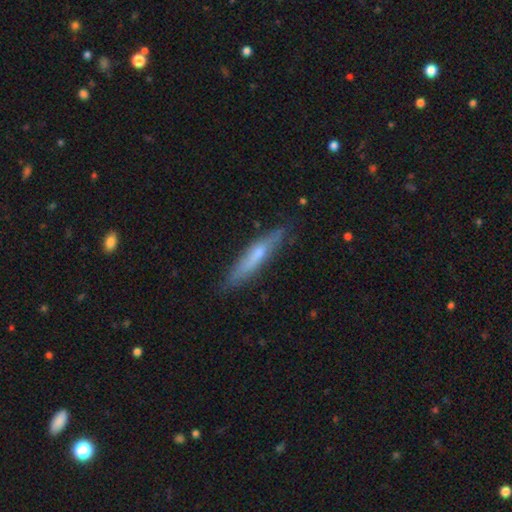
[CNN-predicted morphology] This appears to be a smooth galaxy with no disk features (52%) that is cigar-shaped (89%). Merging: none (81%).